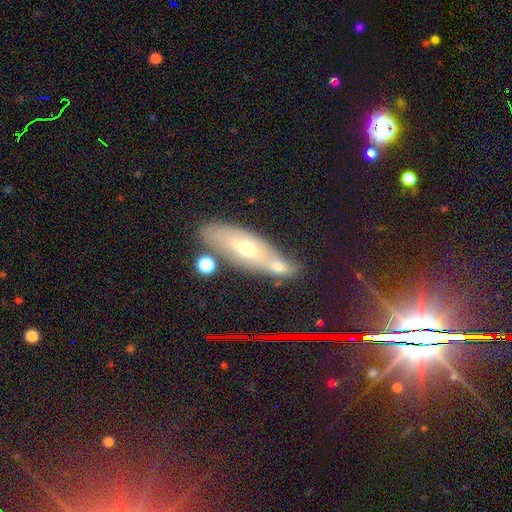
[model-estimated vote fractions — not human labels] This is marginally a featured or disk galaxy (43%). Merging: likely none (70%).